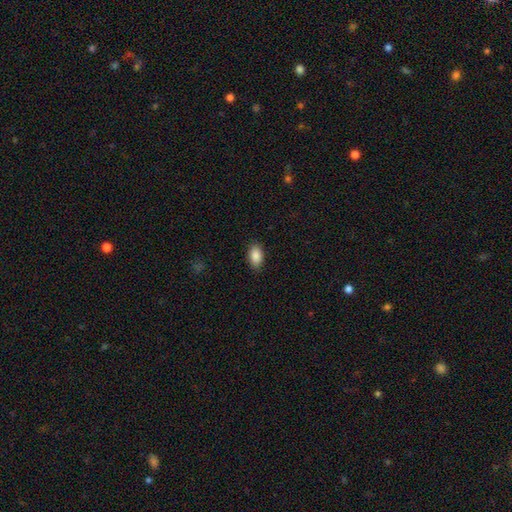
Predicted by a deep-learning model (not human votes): This is clearly a smooth galaxy (89%). How rounded: clearly in between (93%). Merging: clearly none (87%).